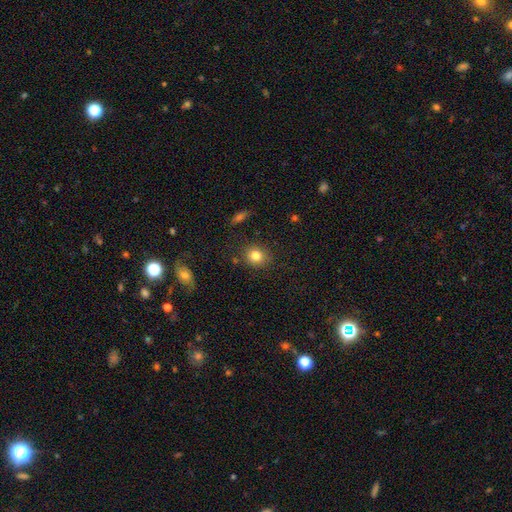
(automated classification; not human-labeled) Q: Smooth or featured?
A: smooth (82%); runner-up: star or artifact (10%)
Q: How rounded?
A: round (76%); runner-up: in between (23%)
Q: Merging?
A: none (84%); runner-up: minor disturbance (10%)